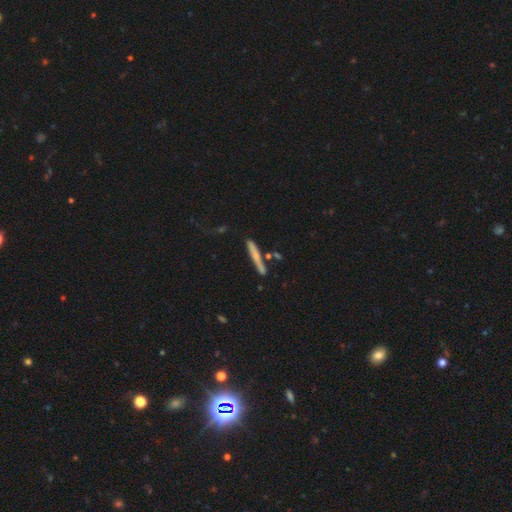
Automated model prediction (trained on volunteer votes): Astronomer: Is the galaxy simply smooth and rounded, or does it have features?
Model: smooth — 54% (runner-up: featured or disk, 39%).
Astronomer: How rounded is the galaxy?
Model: cigar-shaped — 94%.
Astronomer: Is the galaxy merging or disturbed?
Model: none — 75%.